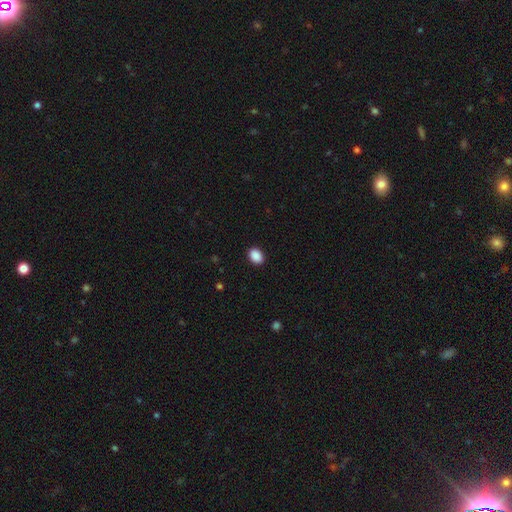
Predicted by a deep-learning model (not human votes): smooth-or-featured: smooth: 90% | star or artifact: 8% | featured or disk: 2%
  how-rounded: in between: 70% | round: 29% | cigar-shaped: 1%
  merging: none: 90% | minor disturbance: 7% | major disturbance: 2% | merger: 1%